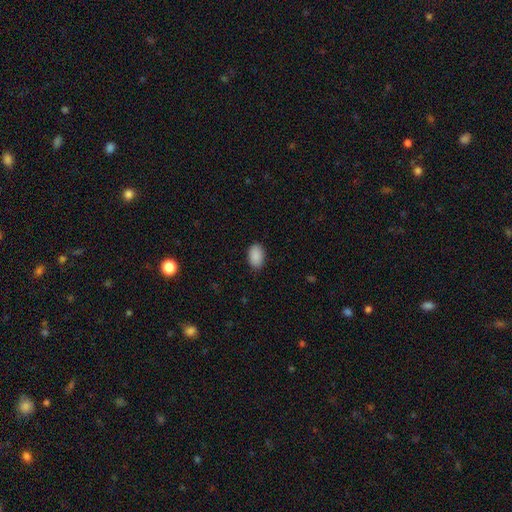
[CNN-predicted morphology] Q: Smooth or featured?
A: smooth (90%); runner-up: star or artifact (7%)
Q: How rounded?
A: in between (91%); runner-up: round (8%)
Q: Merging?
A: none (86%); runner-up: minor disturbance (11%)